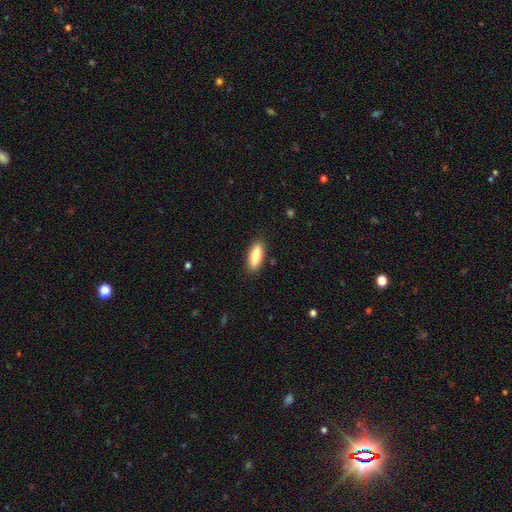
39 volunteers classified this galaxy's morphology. Overall: smooth (85%). How rounded: cigar-shaped (52%; in between 45%). Merging: none (84%).